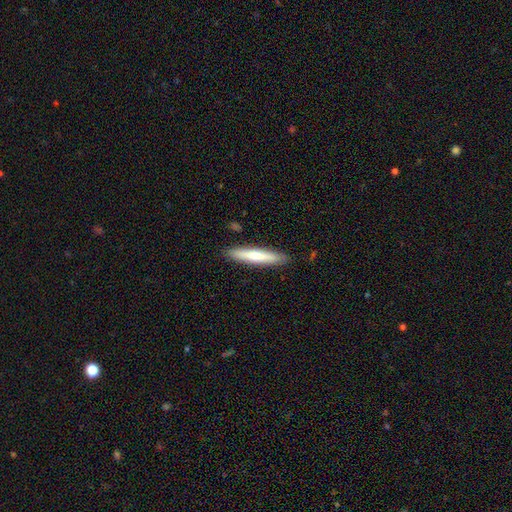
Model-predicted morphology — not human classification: Overall: smooth (66%; featured or disk 29%). How rounded: cigar-shaped (92%). Merging: none (90%).